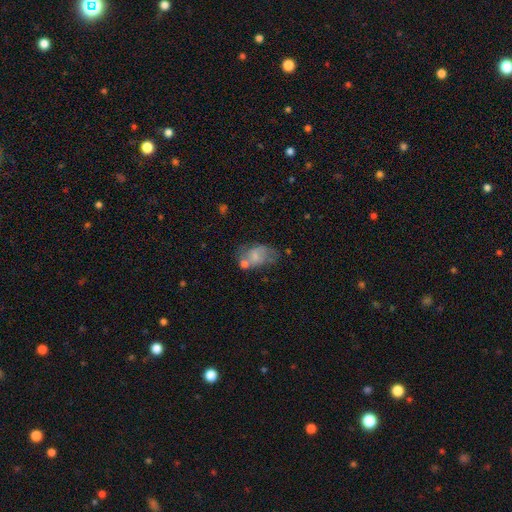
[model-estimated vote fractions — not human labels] Q: Smooth or featured?
A: smooth (53%); runner-up: featured or disk (38%)
Q: How rounded?
A: in between (85%); runner-up: round (13%)
Q: Merging?
A: none (35%); runner-up: merger (24%)